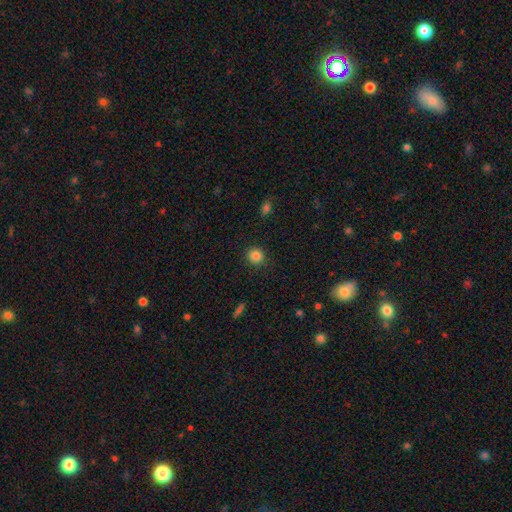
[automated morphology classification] The model was most divided on "smooth or featured": smooth: 85%, star or artifact: 11%, featured or disk: 4%. More confident: merging — none (89%); how rounded — round (87%).